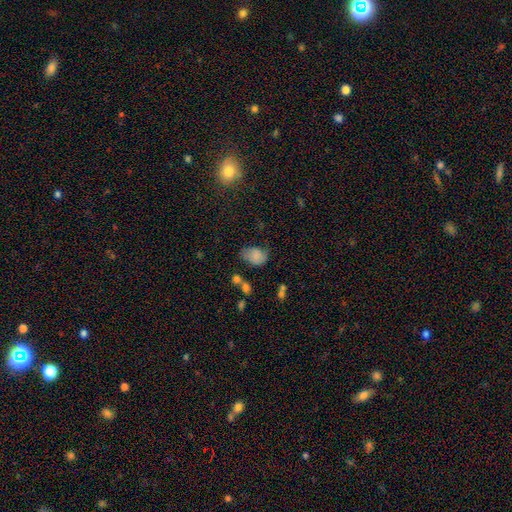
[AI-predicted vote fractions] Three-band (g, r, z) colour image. It shows a smooth galaxy with no disk features (78%) that is in between round and cigar-shaped (77%). Merging: none (48%).